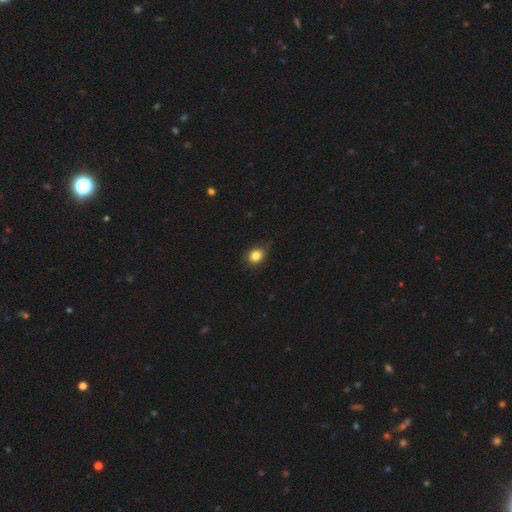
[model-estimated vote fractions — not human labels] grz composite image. It shows a smooth galaxy with no disk features (84%) that is round (57%). Merging: none (78%).